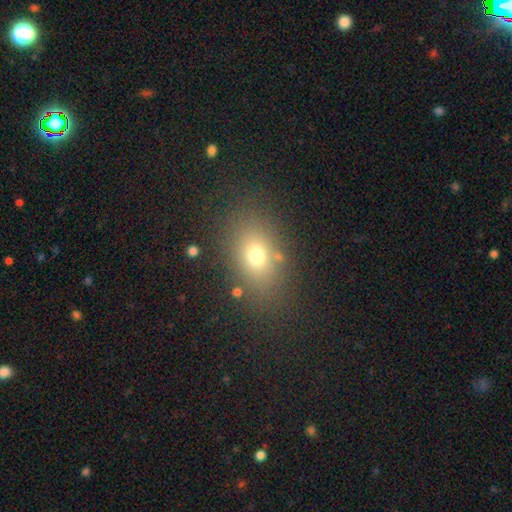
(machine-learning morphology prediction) Smooth or featured? Predicted: smooth (p=0.70). How rounded? Predicted: in between (p=0.72). Merging? Predicted: none (p=0.82).